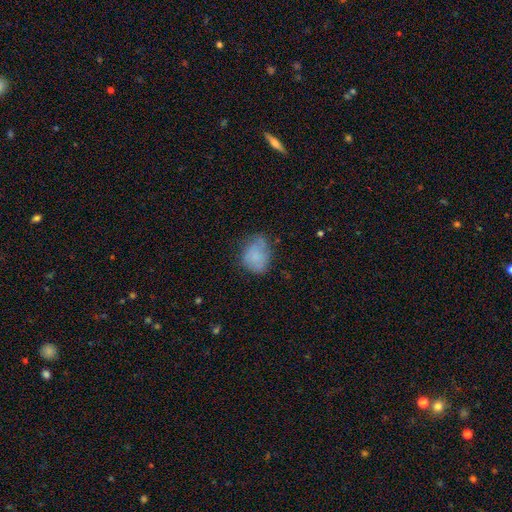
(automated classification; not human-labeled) This is likely a smooth galaxy (75%). How rounded: possibly in between (52%). Merging: possibly none (52%).